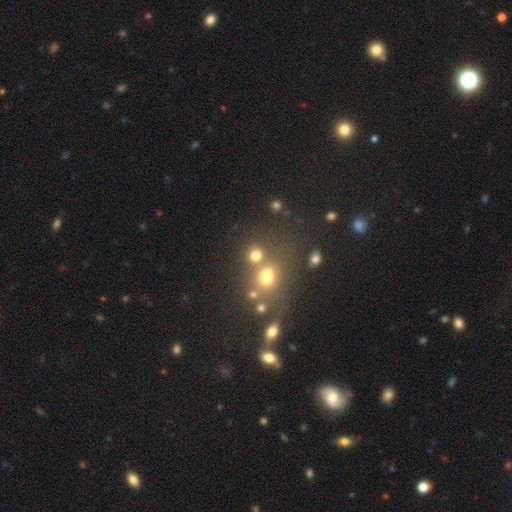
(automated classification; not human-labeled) Q: Smooth or featured?
A: smooth (70%); runner-up: star or artifact (19%)
Q: How rounded?
A: round (76%); runner-up: in between (22%)
Q: Merging?
A: none (52%); runner-up: merger (32%)